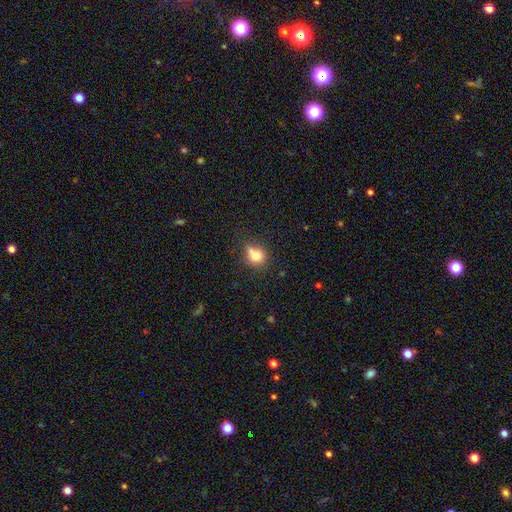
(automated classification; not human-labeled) A smooth galaxy with no disk features (76%) that is round (75%). Merging: none (52%).